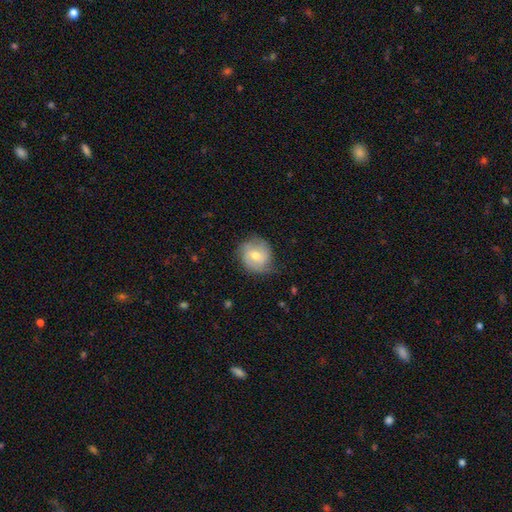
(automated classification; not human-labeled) Overall: featured or disk (50%; smooth 42%). Edge-on disk: no (96%). Merging: none (69%).